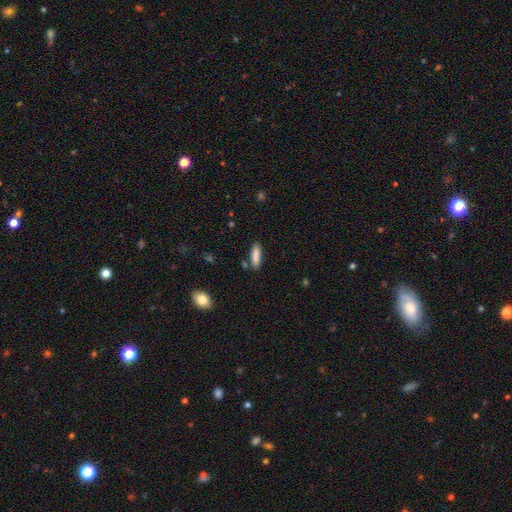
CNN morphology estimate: Smooth or featured? smooth (86%)
How rounded? cigar-shaped (58%)
Merging? none (83%)